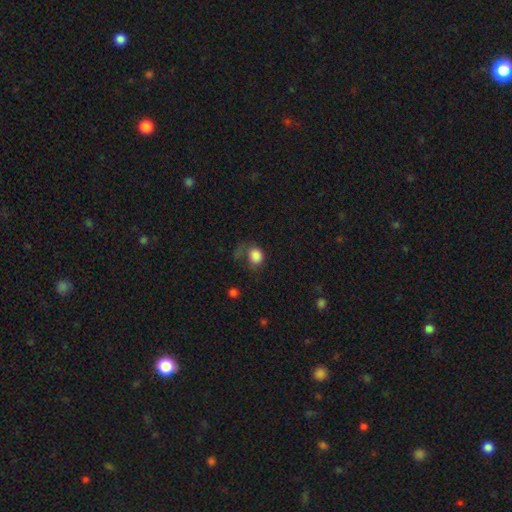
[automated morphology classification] Overall: smooth (84%). How rounded: round (65%; in between 34%). Merging: none (39%; major disturbance 30%).